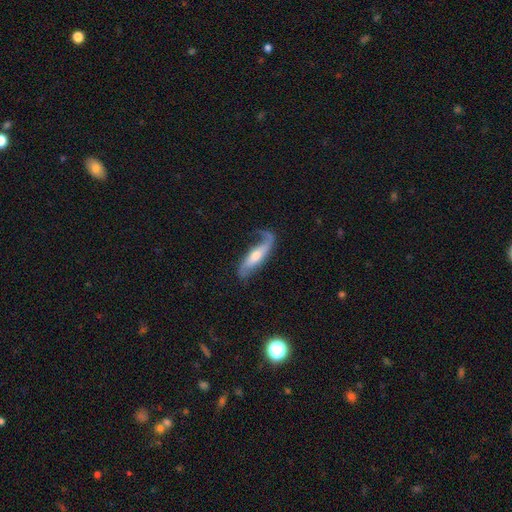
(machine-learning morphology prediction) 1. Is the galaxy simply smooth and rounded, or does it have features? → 75% featured or disk, 19% smooth, 6% star or artifact.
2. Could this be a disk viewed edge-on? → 75% no, 25% yes.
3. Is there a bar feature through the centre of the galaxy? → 42% no, 29% weak, 29% strong.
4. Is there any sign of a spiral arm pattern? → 91% yes, 9% no.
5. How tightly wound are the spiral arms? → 67% loose, 23% medium, 11% tight.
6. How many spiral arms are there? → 69% 2, 24% 1, 5% can't tell, 1% 3, 1% 4, 1% more than 4.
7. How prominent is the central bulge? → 58% moderate, 31% small, 6% large, 2% none, 2% dominant.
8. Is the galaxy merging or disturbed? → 54% none, 23% minor disturbance, 20% major disturbance, 3% merger.